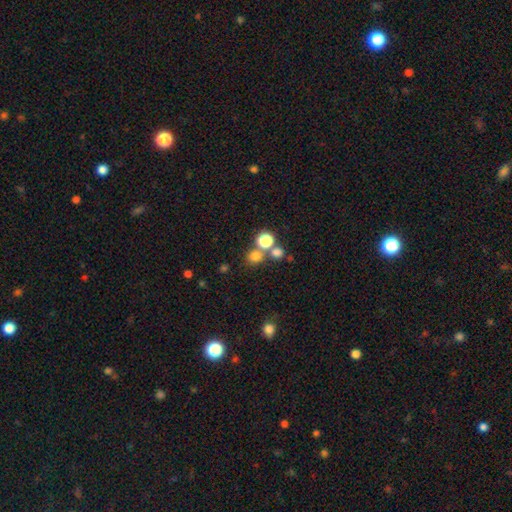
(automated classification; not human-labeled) Smooth or featured? smooth (73%)
How rounded? round (84%)
Merging? none (65%)